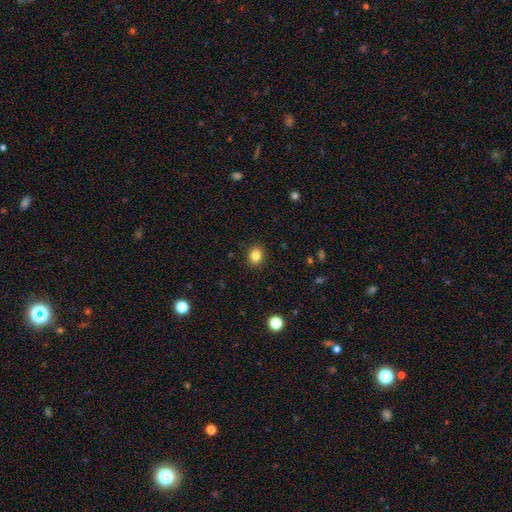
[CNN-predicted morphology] smooth-or-featured: smooth: 84% | star or artifact: 11% | featured or disk: 5%
  how-rounded: round: 62% | in between: 37% | cigar-shaped: 1%
  merging: none: 90% | minor disturbance: 7% | major disturbance: 2% | merger: 1%